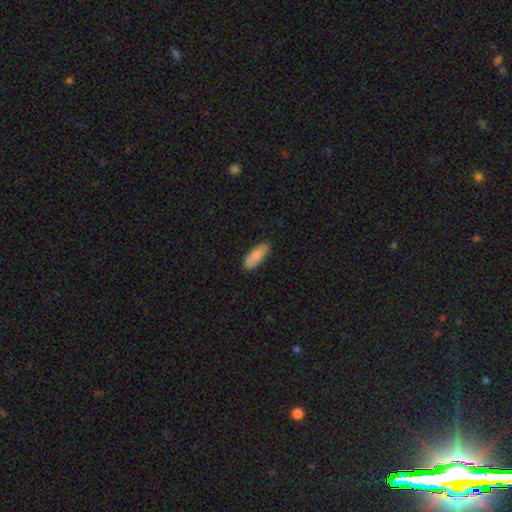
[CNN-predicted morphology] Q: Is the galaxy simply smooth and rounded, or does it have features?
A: smooth — 86%.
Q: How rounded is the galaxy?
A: in between — 78%.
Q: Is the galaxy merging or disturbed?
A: none — 84%.